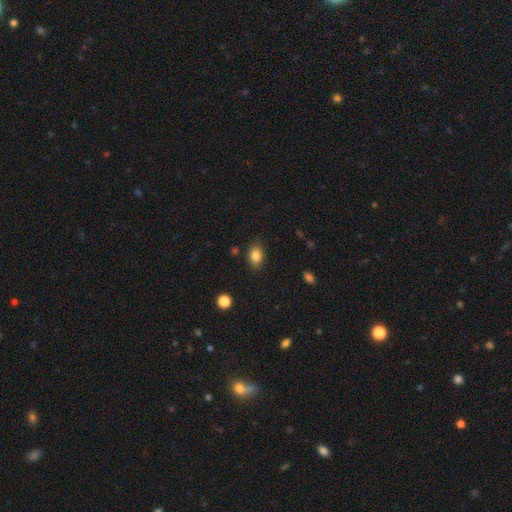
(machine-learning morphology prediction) This is clearly a smooth galaxy (85%). How rounded: likely in between (74%). Merging: clearly none (83%).